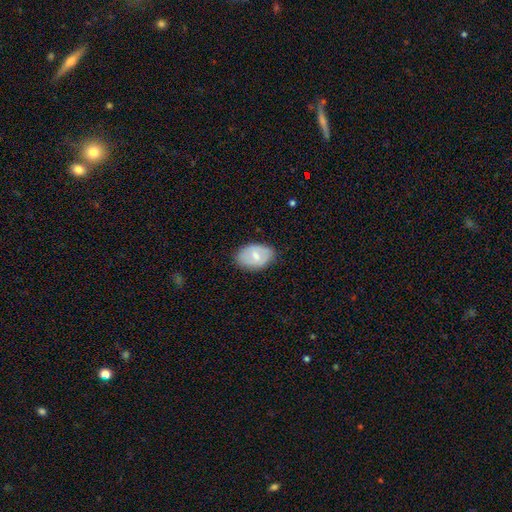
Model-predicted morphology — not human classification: A smooth galaxy with no disk features (56%) that is in between round and cigar-shaped (84%).

Vote fractions:
- Smooth or featured? smooth: 56% / featured or disk: 38% / star or artifact: 6%
- How rounded? in between: 84% / round: 15% / cigar-shaped: 1%
- Merging? none: 78% / minor disturbance: 17% / major disturbance: 4% / merger: 1%